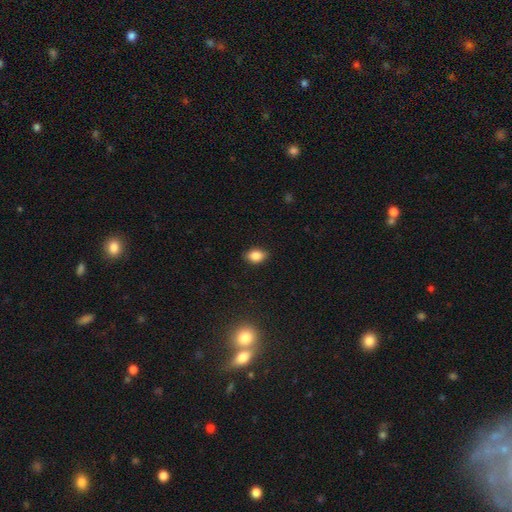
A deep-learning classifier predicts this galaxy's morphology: This appears to be a smooth galaxy with no disk features (84%) that is in between round and cigar-shaped (79%). Merging: none (85%).